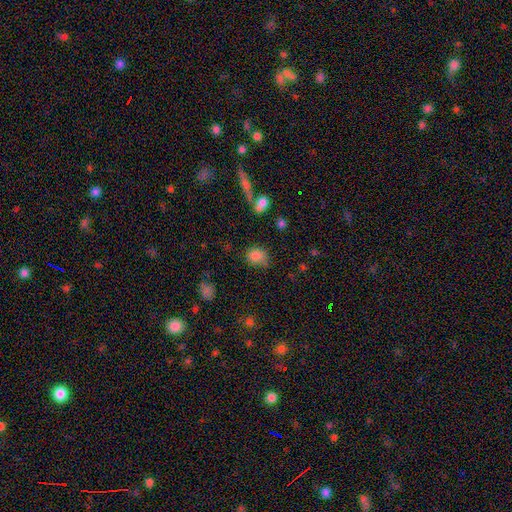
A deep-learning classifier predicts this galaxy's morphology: smooth-or-featured: smooth: 82% | star or artifact: 12% | featured or disk: 7%
  how-rounded: round: 64% | in between: 35% | cigar-shaped: 1%
  merging: none: 53% | minor disturbance: 31% | major disturbance: 11% | merger: 5%